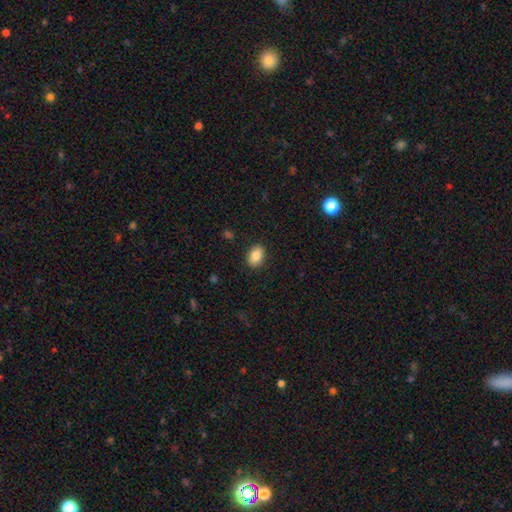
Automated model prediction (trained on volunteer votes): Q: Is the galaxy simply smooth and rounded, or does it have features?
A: smooth — 85%.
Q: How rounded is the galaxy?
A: in between — 82%.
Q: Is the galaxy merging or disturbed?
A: none — 89%.